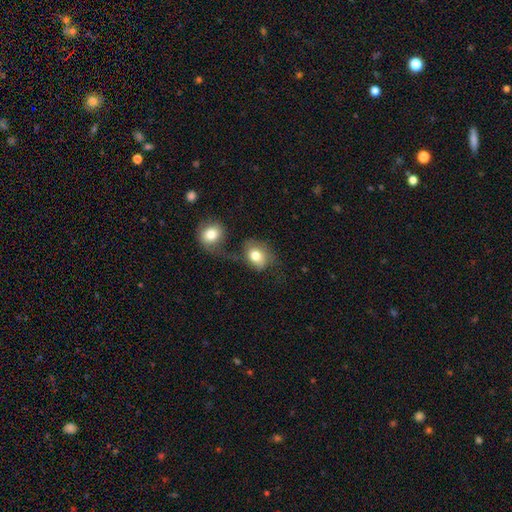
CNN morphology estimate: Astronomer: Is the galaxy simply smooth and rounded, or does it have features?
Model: smooth — 75%.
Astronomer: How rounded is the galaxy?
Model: in between — 60% (runner-up: round, 39%).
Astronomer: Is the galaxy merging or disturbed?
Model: none — 35% (runner-up: merger, 29%).